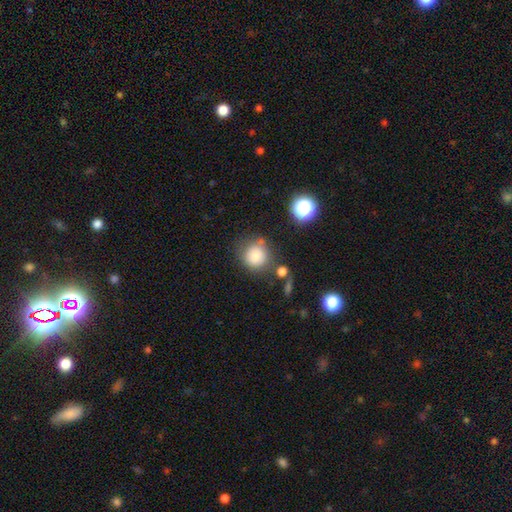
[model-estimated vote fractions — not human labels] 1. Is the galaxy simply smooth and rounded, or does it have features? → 81% smooth, 11% star or artifact, 8% featured or disk.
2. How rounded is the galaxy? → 88% round, 11% in between, 1% cigar-shaped.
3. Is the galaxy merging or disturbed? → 68% none, 17% minor disturbance, 8% merger, 7% major disturbance.